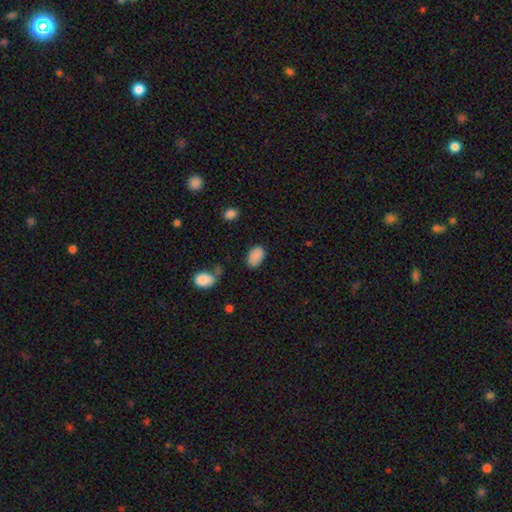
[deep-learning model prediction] smooth-or-featured: smooth: 87% | star or artifact: 9% | featured or disk: 4%
  how-rounded: in between: 91% | round: 7% | cigar-shaped: 1%
  merging: none: 78% | minor disturbance: 15% | major disturbance: 4% | merger: 3%